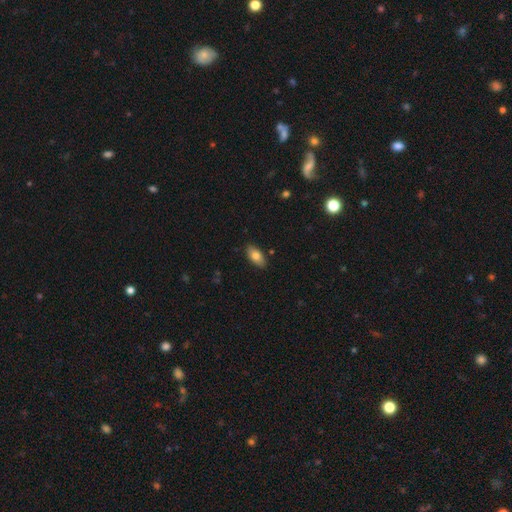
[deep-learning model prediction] A smooth galaxy with no disk features (79%) that is in between round and cigar-shaped (90%). Merging: none (87%).